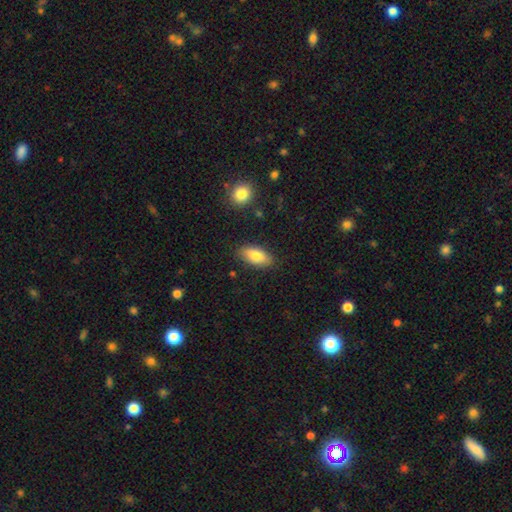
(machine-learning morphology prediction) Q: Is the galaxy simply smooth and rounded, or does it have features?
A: smooth — 80%.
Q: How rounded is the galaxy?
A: in between — 89%.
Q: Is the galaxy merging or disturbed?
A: none — 85%.